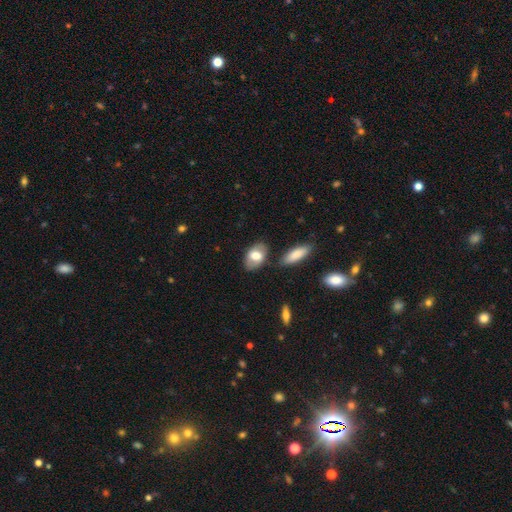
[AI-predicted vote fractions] This appears to be a smooth galaxy with no disk features (66%) that is in between round and cigar-shaped (89%). Merging: none (76%).